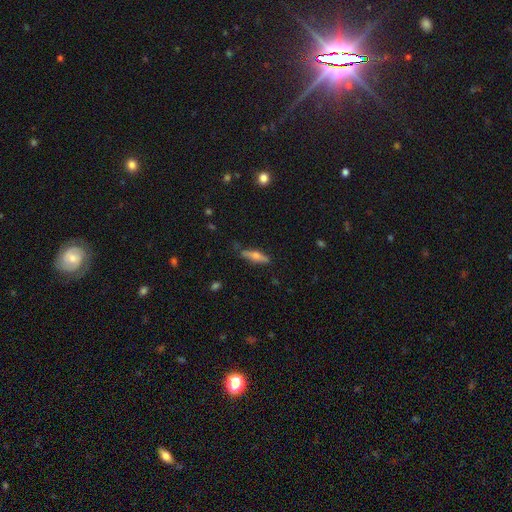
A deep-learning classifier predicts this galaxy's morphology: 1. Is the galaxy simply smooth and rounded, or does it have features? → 46% featured or disk (tied), 46% smooth (tied), 7% star or artifact.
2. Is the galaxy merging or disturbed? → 81% none, 14% minor disturbance, 3% major disturbance, 2% merger.